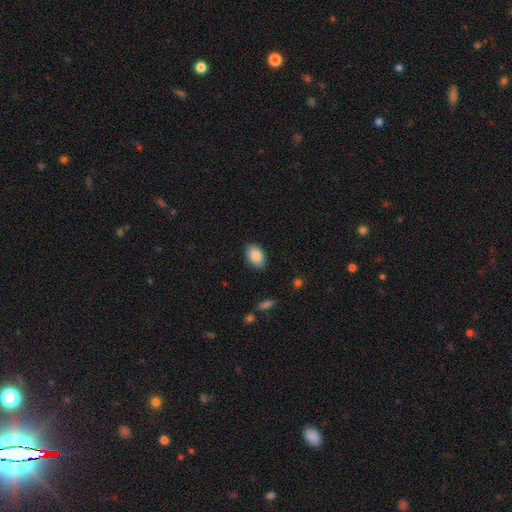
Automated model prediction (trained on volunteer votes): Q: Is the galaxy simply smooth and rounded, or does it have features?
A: smooth — 87%.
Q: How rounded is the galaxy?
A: in between — 89%.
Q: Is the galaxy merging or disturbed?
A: none — 87%.